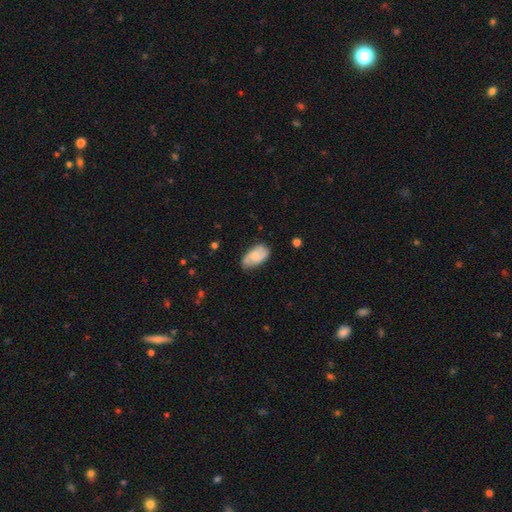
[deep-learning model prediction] smooth-or-featured: smooth: 51% | featured or disk: 42% | star or artifact: 7%
  how-rounded: in between: 93% | round: 5% | cigar-shaped: 2%
  merging: none: 68% | minor disturbance: 26% | major disturbance: 5% | merger: 2%